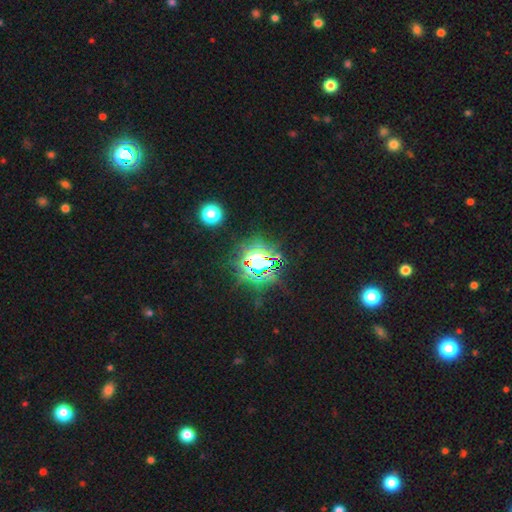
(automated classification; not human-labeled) Smooth or featured? star or artifact (82%)